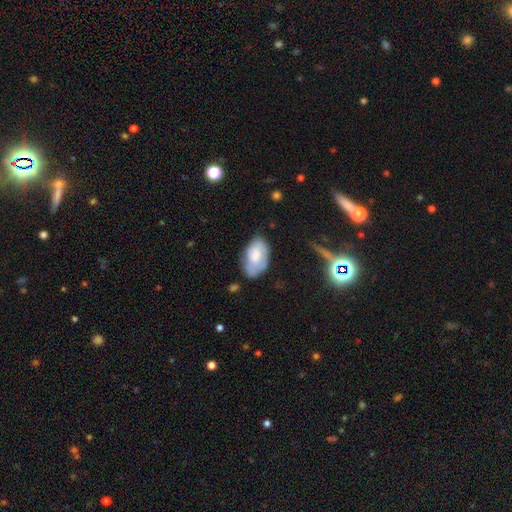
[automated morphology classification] smooth_or_featured: smooth (p=0.59) [alt: featured or disk p=0.34]
how_rounded: in between (p=0.92) [alt: round p=0.06]
merging: none (p=0.57) [alt: minor disturbance p=0.30]